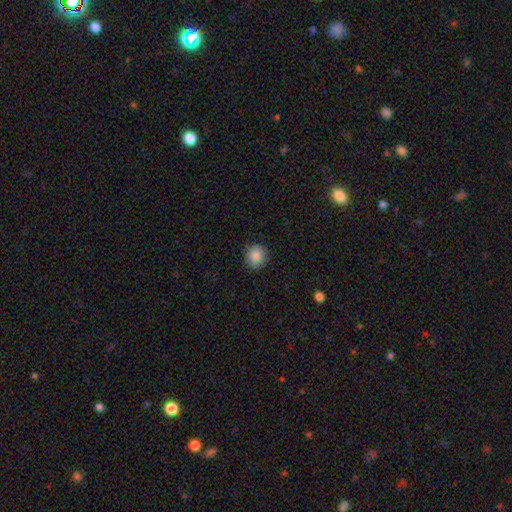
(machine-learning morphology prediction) A smooth galaxy with no disk features (86%) that is round (87%). Merging: none (88%).